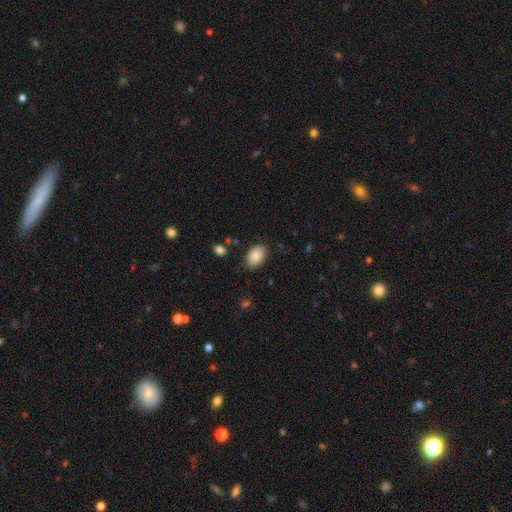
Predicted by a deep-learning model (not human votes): Smooth or featured: smooth — 85% (star or artifact — 7%)
How rounded: in between — 84% (round — 15%)
Merging: none — 84% (minor disturbance — 12%)